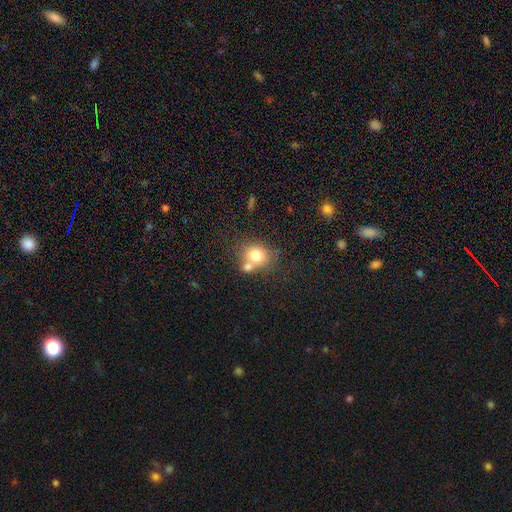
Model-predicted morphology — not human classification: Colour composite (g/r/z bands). It shows a smooth galaxy with no disk features (76%) that is round (66%). Merging: none (46%).